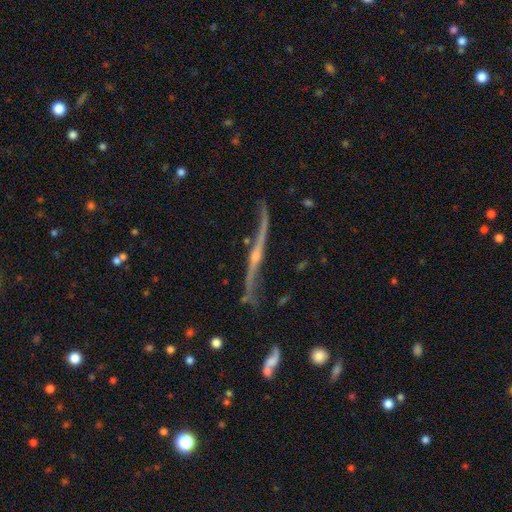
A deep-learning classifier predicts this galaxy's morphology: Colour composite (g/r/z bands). It shows a featured or disk galaxy (88%) viewed edge-on (74%) with a rounded central bulge (84%). Merging: none (55%).